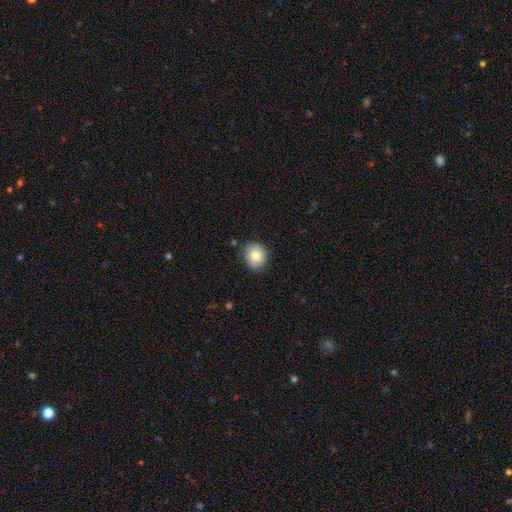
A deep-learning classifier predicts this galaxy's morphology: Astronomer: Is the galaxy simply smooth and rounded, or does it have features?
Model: smooth — 82%.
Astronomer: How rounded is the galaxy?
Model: round — 76%.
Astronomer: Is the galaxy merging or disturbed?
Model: none — 81%.